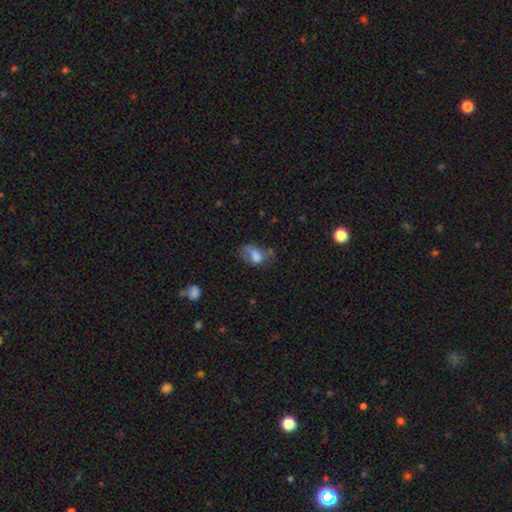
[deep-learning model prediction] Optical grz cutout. It shows a smooth galaxy with no disk features (65%) that is in between round and cigar-shaped (81%). Merging: none (33%).